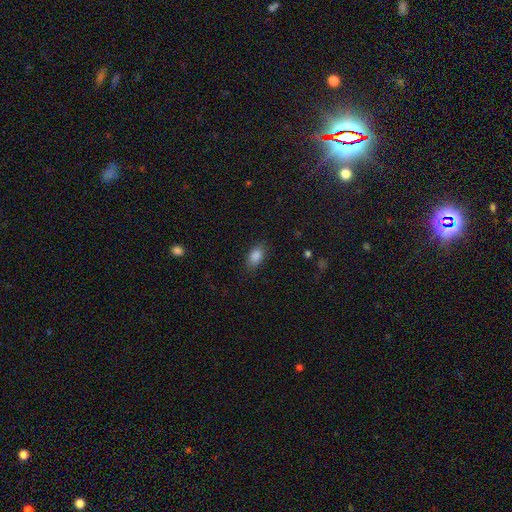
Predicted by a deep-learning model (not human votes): smooth_or_featured: smooth (p=0.86) [alt: star or artifact p=0.09]
how_rounded: in between (p=0.89) [alt: round p=0.08]
merging: none (p=0.83) [alt: minor disturbance p=0.12]